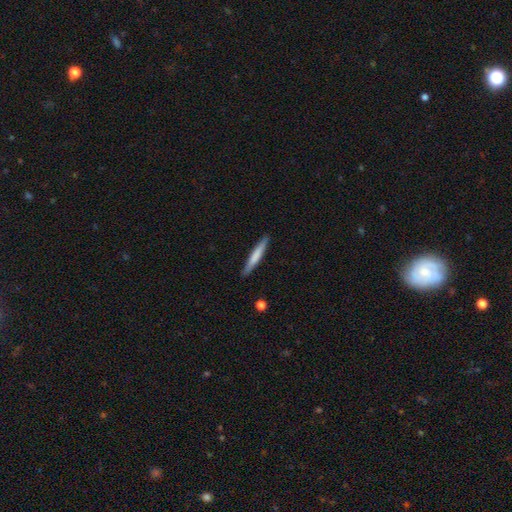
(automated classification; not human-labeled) smooth 67%, featured or disk 28%, star or artifact 5%. Down the decision tree: how rounded — cigar-shaped (95%); merging — none (89%).